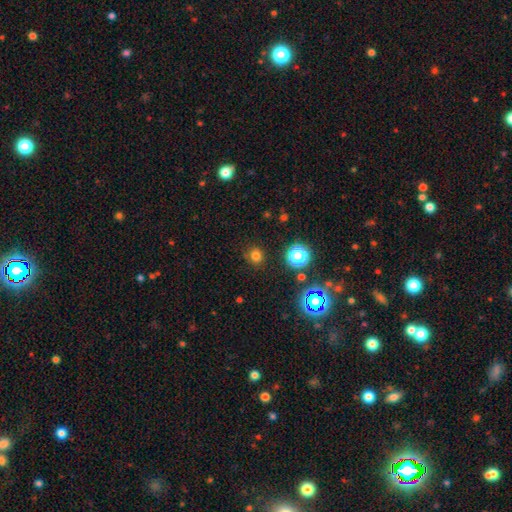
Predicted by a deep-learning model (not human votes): Smooth or featured: smooth — 74% (star or artifact — 21%)
How rounded: round — 87% (in between — 12%)
Merging: none — 86% (minor disturbance — 9%)